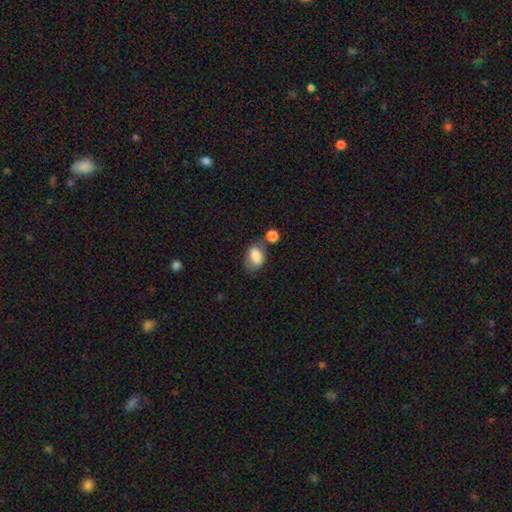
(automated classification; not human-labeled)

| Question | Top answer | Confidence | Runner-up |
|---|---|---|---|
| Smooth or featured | smooth | 80% | featured or disk (11%) |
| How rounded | in between | 79% | round (19%) |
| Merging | none | 51% | minor disturbance (22%) |